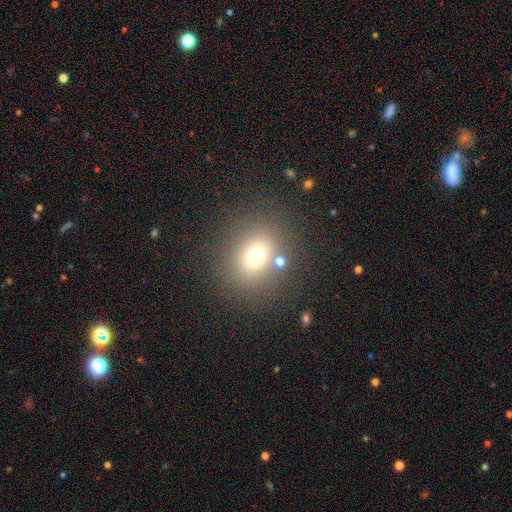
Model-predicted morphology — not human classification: This is likely a smooth galaxy (69%). How rounded: likely round (63%). Merging: likely none (78%).